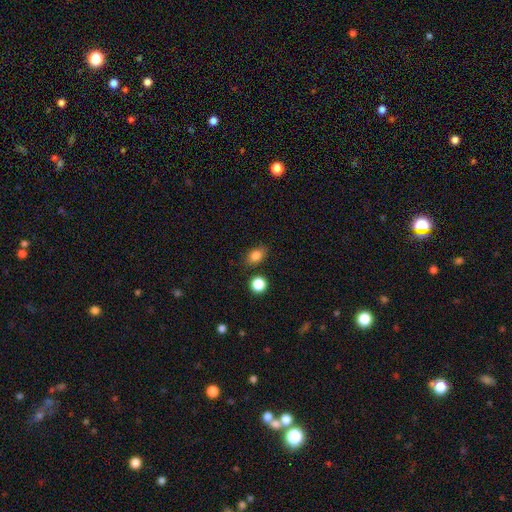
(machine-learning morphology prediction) Smooth or featured?
  - smooth: 83% *
  - star or artifact: 11%
  - featured or disk: 7%
How rounded?
  - in between: 68% *
  - round: 30%
  - cigar-shaped: 2%
Merging?
  - none: 79% *
  - minor disturbance: 13%
  - merger: 5%
  - major disturbance: 3%